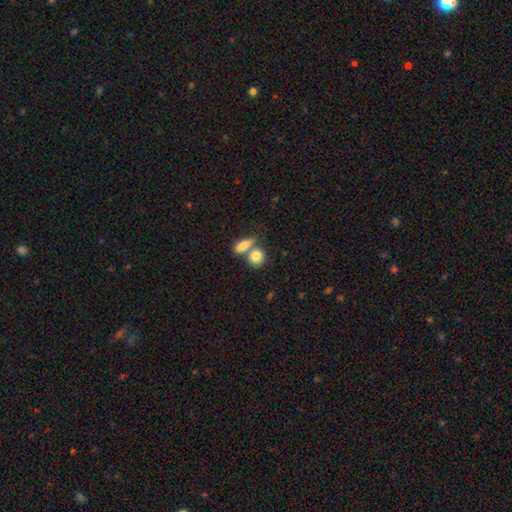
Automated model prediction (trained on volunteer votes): Smooth or featured?
  - smooth: 82% *
  - featured or disk: 10%
  - star or artifact: 8%
How rounded?
  - round: 59% *
  - in between: 36%
  - cigar-shaped: 5%
Merging?
  - none: 48% *
  - merger: 40%
  - minor disturbance: 9%
  - major disturbance: 4%